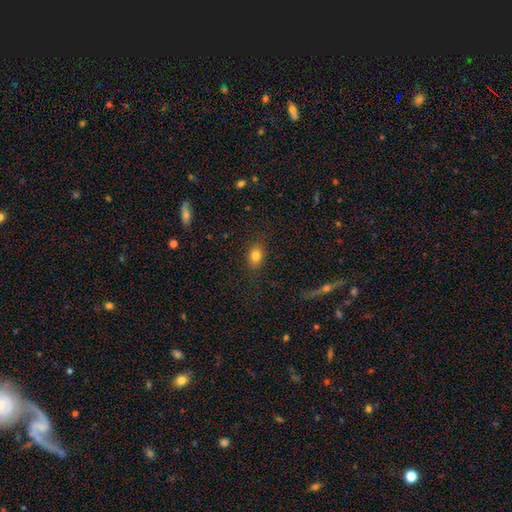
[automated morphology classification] smooth 82%, star or artifact 11%, featured or disk 8%. Down the decision tree: how rounded — in between (66%); merging — none (84%).